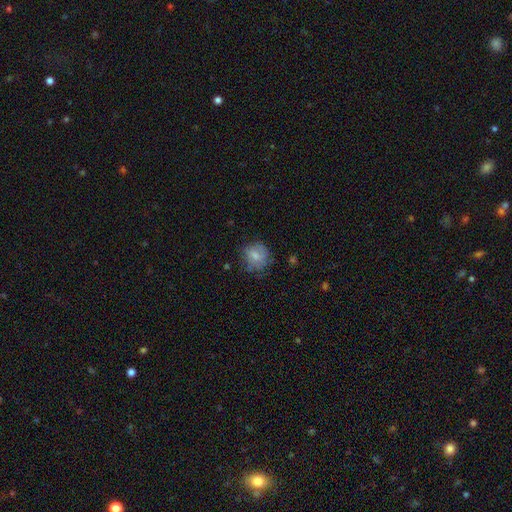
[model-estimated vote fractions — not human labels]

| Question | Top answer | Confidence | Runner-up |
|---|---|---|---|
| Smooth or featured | smooth | 70% | featured or disk (21%) |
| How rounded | round | 77% | in between (22%) |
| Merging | none | 63% | minor disturbance (25%) |